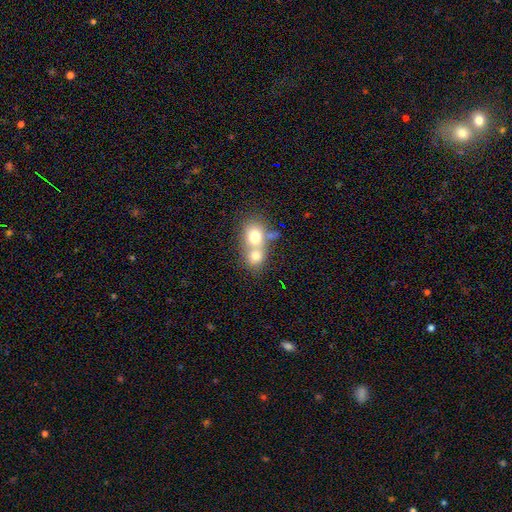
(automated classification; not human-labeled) smooth-or-featured: smooth: 71% | featured or disk: 19% | star or artifact: 10%
  how-rounded: round: 62% | in between: 37% | cigar-shaped: 1%
  merging: merger: 69% | none: 23% | minor disturbance: 5% | major disturbance: 3%